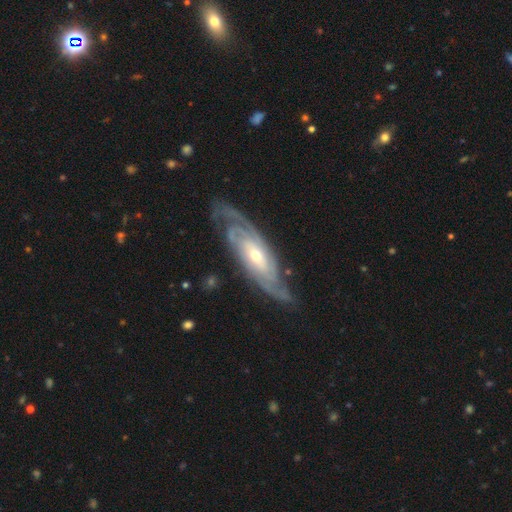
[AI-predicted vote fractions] Smooth or featured: featured or disk — 89% (smooth — 7%)
Edge-on disk: no — 87% (yes — 13%)
Bar: no — 58% (weak — 29%)
Spiral arms: yes — 96% (no — 4%)
Spiral winding: tight — 70% (medium — 24%)
Spiral arm count: 2 — 38% (can't tell — 28%)
Bulge size: small — 48% (tied with moderate — 48%)
Merging: none — 76% (minor disturbance — 17%)